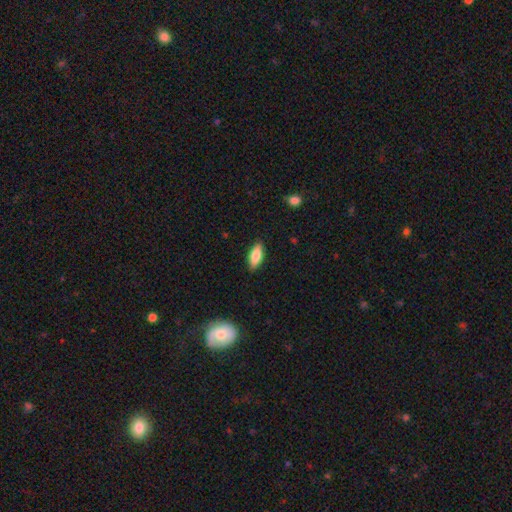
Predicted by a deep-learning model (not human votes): Smooth or featured?
  - smooth: 78% *
  - featured or disk: 16%
  - star or artifact: 6%
How rounded?
  - in between: 76% *
  - cigar-shaped: 21%
  - round: 2%
Merging?
  - none: 88% *
  - minor disturbance: 9%
  - major disturbance: 2%
  - merger: 1%